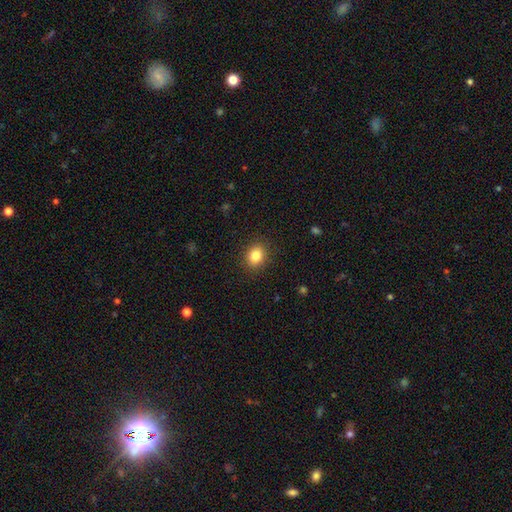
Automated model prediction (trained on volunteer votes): smooth-or-featured: smooth: 84% | star or artifact: 10% | featured or disk: 6%
  how-rounded: round: 54% | in between: 45% | cigar-shaped: 1%
  merging: none: 89% | minor disturbance: 8% | major disturbance: 2% | merger: 1%